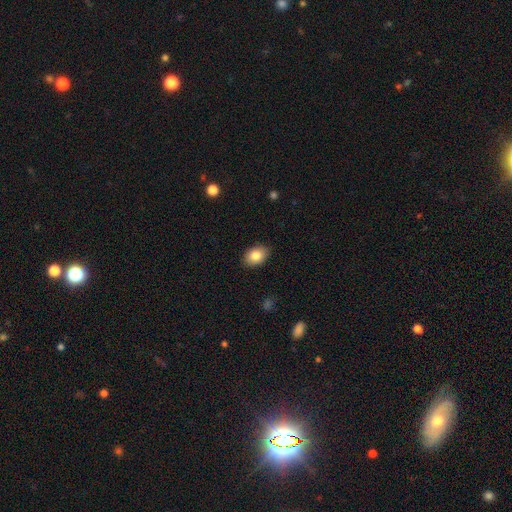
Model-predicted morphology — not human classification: Smooth or featured? Predicted: smooth (p=0.85). How rounded? Predicted: in between (p=0.81). Merging? Predicted: none (p=0.87).